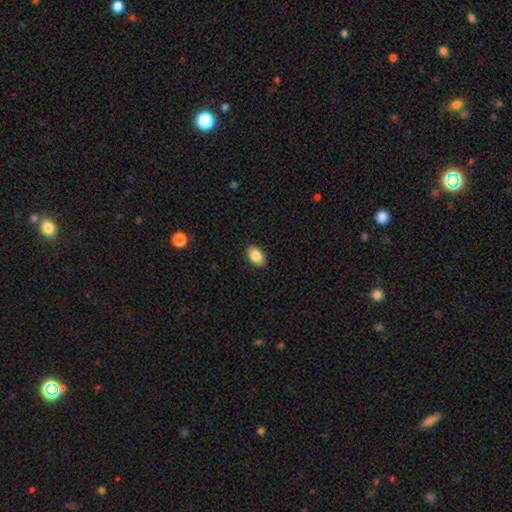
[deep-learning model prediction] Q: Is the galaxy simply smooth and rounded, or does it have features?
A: smooth — 87%.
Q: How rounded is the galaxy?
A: in between — 90%.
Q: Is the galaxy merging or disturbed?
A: none — 89%.